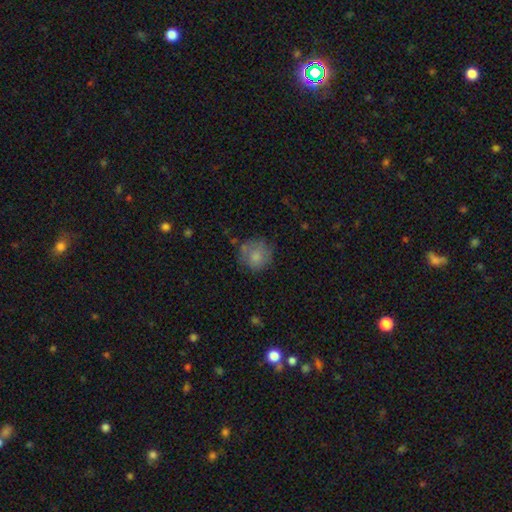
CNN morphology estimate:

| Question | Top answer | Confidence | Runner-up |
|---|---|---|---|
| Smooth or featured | smooth | 77% | featured or disk (15%) |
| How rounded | round | 88% | in between (11%) |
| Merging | none | 67% | minor disturbance (21%) |